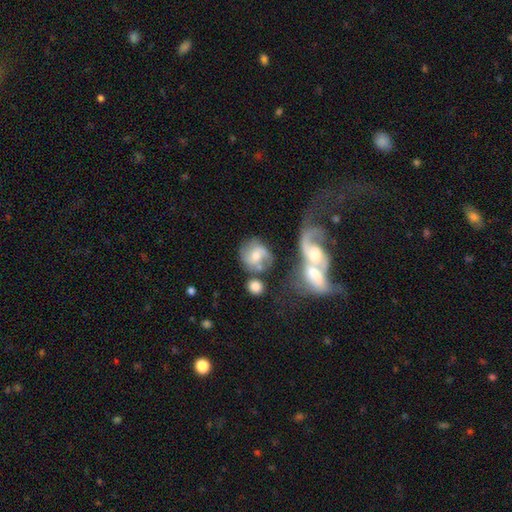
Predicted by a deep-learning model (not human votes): smooth-or-featured: featured or disk: 59% | smooth: 32% | star or artifact: 9%
  disk-edge-on: no: 96% | yes: 4%
    bar: no: 48% | weak: 40% | strong: 12%
    has-spiral-arms: yes: 83% | no: 17%
    bulge-size: moderate: 62% | small: 28% | large: 5% | none: 3% | dominant: 1%
  merging: none: 40% | merger: 33% | minor disturbance: 14% | major disturbance: 13%